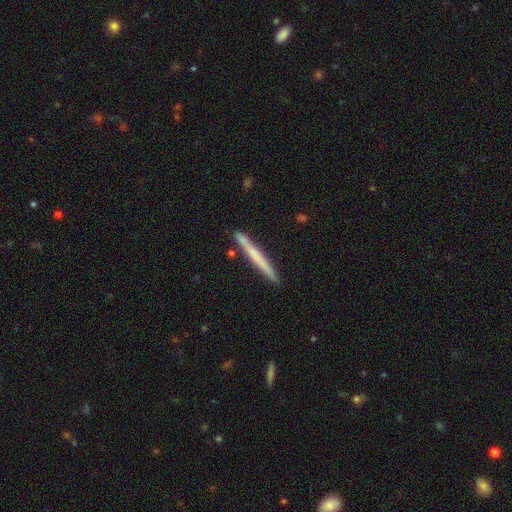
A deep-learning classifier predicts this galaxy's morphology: Smooth or featured?
  - smooth: 55% *
  - featured or disk: 39%
  - star or artifact: 5%
How rounded?
  - cigar-shaped: 97% *
  - in between: 2%
  - round: 1%
Merging?
  - none: 88% *
  - minor disturbance: 8%
  - merger: 3%
  - major disturbance: 1%